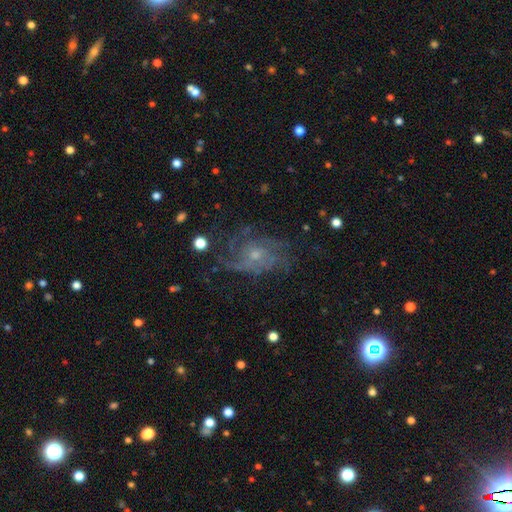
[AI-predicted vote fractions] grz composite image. It shows a featured or disk galaxy (79%) with no bar (79%), medium (41%, tied with tight) spiral arms (91%) and a small central bulge (56%). Merging: none (63%).